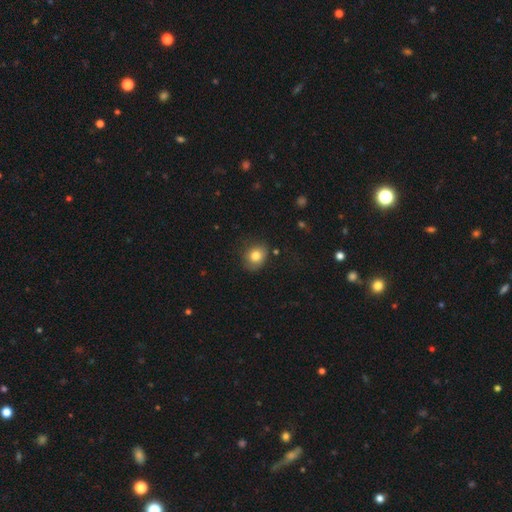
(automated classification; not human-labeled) A smooth galaxy with no disk features (80%) that is round (60%). Merging: none (77%).